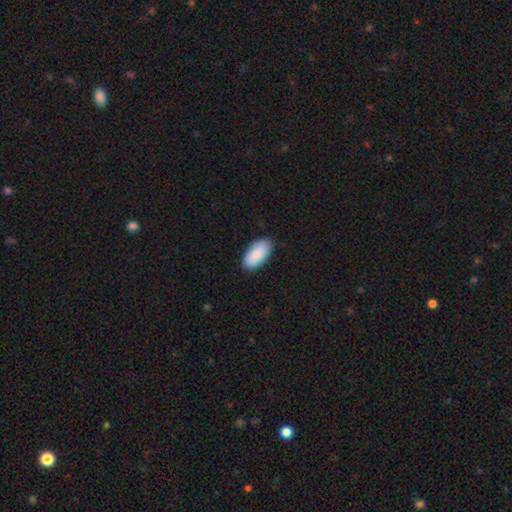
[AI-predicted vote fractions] Smooth or featured: smooth — 87% (featured or disk — 7%)
How rounded: in between — 93% (cigar-shaped — 5%)
Merging: none — 87% (minor disturbance — 10%)